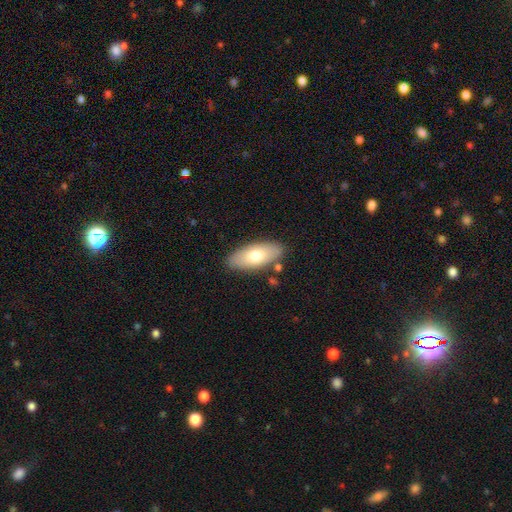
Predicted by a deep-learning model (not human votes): Smooth or featured?
  - smooth: 70% *
  - featured or disk: 23%
  - star or artifact: 6%
How rounded?
  - in between: 87% *
  - cigar-shaped: 11%
  - round: 2%
Merging?
  - none: 83% *
  - minor disturbance: 11%
  - merger: 4%
  - major disturbance: 3%